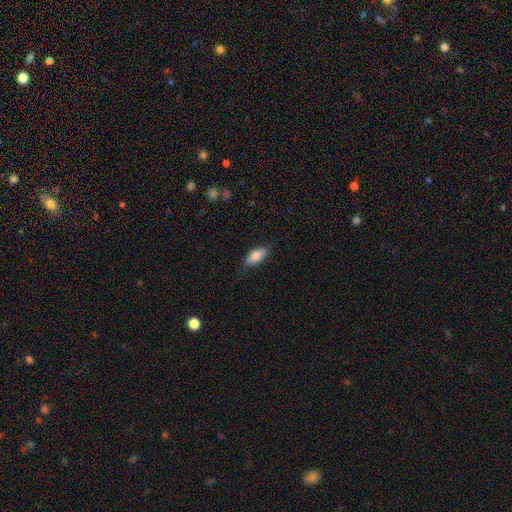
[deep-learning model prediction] Q: Smooth or featured?
A: smooth (78%); runner-up: featured or disk (15%)
Q: How rounded?
A: in between (84%); runner-up: cigar-shaped (13%)
Q: Merging?
A: none (77%); runner-up: minor disturbance (19%)